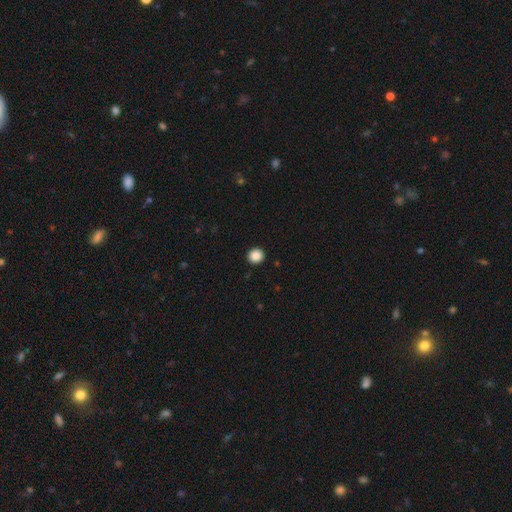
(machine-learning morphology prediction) This is clearly a smooth galaxy (88%). How rounded: clearly round (92%). Merging: clearly none (93%).